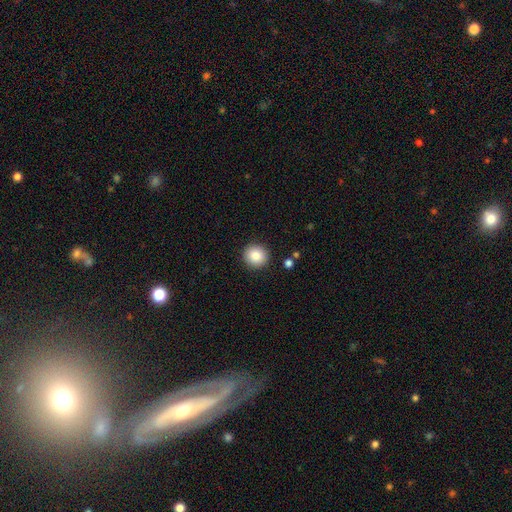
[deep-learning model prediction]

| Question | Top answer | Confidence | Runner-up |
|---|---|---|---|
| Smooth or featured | smooth | 86% | star or artifact (8%) |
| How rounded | round | 94% | in between (5%) |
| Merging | none | 91% | minor disturbance (6%) |